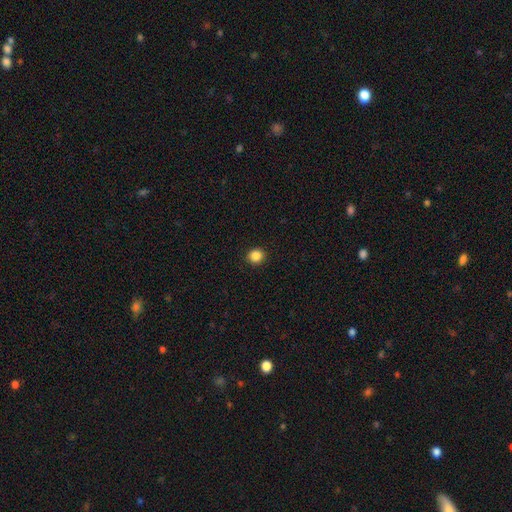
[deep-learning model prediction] Overall: smooth (87%). How rounded: round (90%). Merging: none (92%).